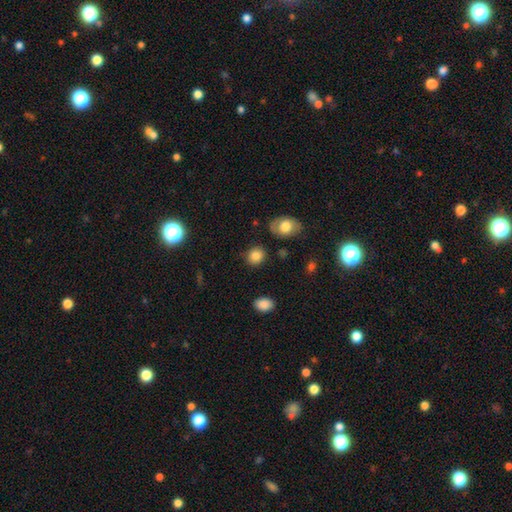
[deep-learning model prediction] Smooth or featured?
  - smooth: 84% *
  - star or artifact: 10%
  - featured or disk: 7%
How rounded?
  - round: 72% *
  - in between: 27%
  - cigar-shaped: 1%
Merging?
  - none: 84% *
  - minor disturbance: 10%
  - major disturbance: 3%
  - merger: 2%